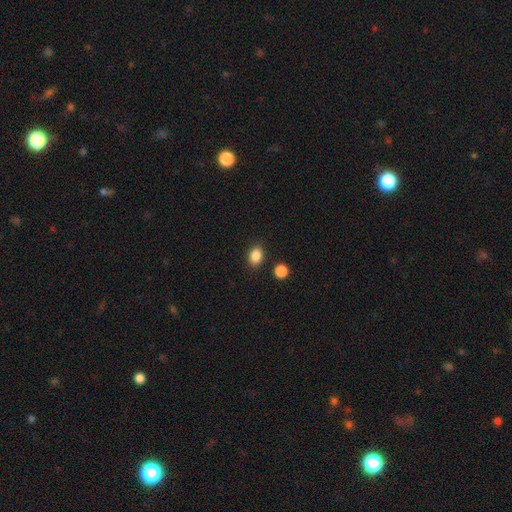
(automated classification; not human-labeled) A smooth galaxy with no disk features (87%) that is in between round and cigar-shaped (67%).

Vote fractions:
- Smooth or featured? smooth: 87% / star or artifact: 9% / featured or disk: 4%
- How rounded? in between: 67% / round: 32% / cigar-shaped: 1%
- Merging? none: 85% / minor disturbance: 9% / merger: 4% / major disturbance: 2%